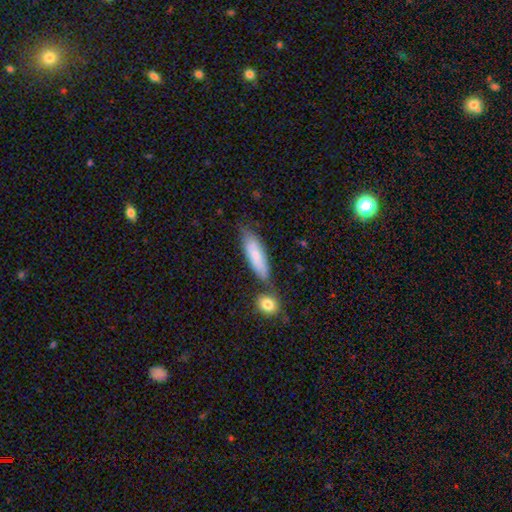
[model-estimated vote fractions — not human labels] Smooth or featured: smooth — 75% (featured or disk — 19%)
How rounded: cigar-shaped — 50% (in between — 48%)
Merging: none — 61% (minor disturbance — 18%)